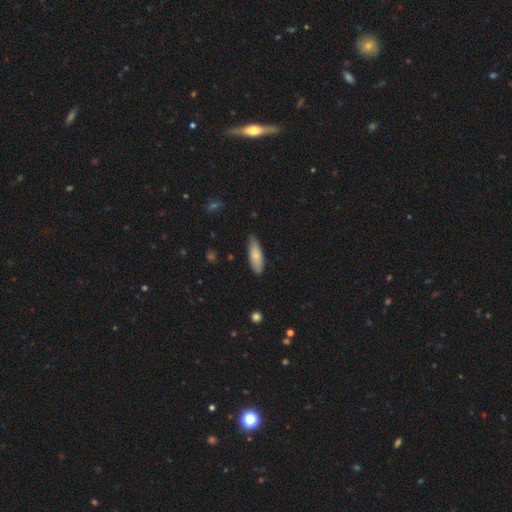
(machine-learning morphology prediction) smooth_or_featured: smooth (p=0.82) [alt: featured or disk p=0.13]
how_rounded: in between (p=0.58) [alt: cigar-shaped p=0.40]
merging: none (p=0.77) [alt: minor disturbance p=0.19]